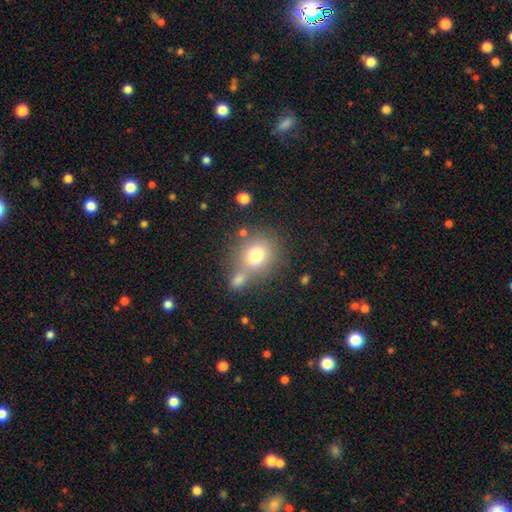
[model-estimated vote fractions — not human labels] A smooth galaxy with no disk features (75%) that is round (78%). Merging: none (56%).